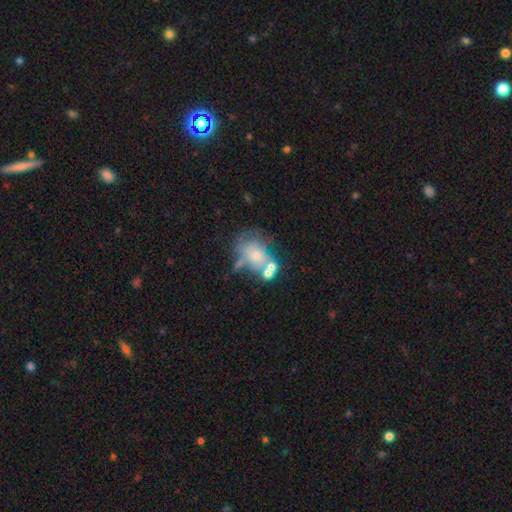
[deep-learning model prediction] A smooth galaxy with no disk features (48%).

Vote fractions:
- Smooth or featured? smooth: 48% / featured or disk: 40% / star or artifact: 12%
- Merging? merger: 36% / none: 24% / major disturbance: 22% / minor disturbance: 18%